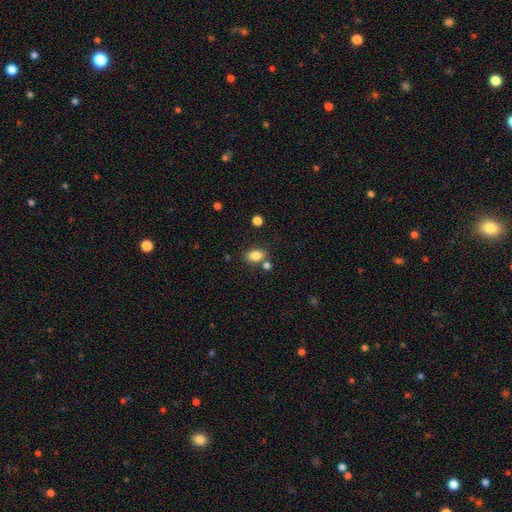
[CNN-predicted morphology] Q: Smooth or featured?
A: smooth (83%); runner-up: star or artifact (10%)
Q: How rounded?
A: in between (76%); runner-up: round (22%)
Q: Merging?
A: none (70%); runner-up: merger (14%)